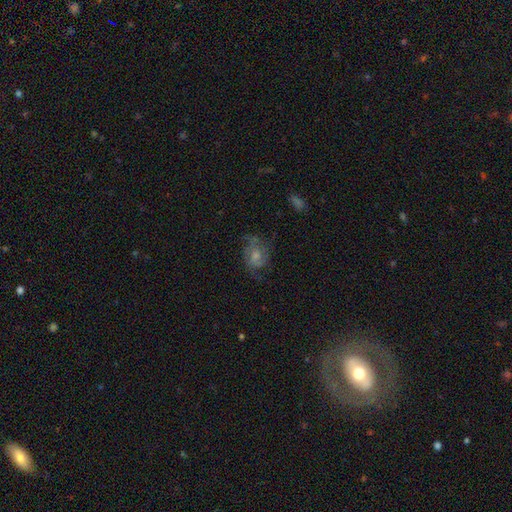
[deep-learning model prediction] Smooth or featured? featured or disk (58%)
Edge-on disk? no (97%)
Bar? no (68%)
Spiral arms? yes (81%)
Bulge size? moderate (44%)
Merging? none (56%)